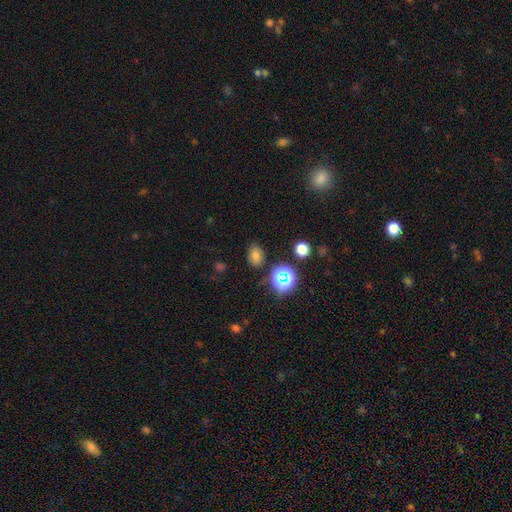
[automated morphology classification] The model was most divided on "how rounded": in between: 65%, round: 34%, cigar-shaped: 1%. More confident: merging — none (80%); smooth or featured — smooth (67%).